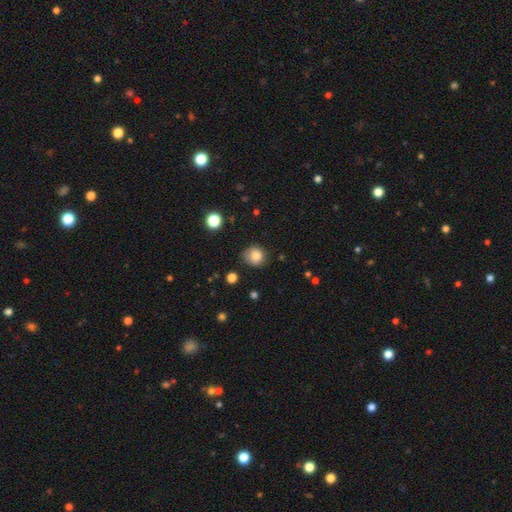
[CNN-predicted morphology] smooth 82%, star or artifact 11%, featured or disk 8%. Down the decision tree: how rounded — round (81%); merging — none (72%).